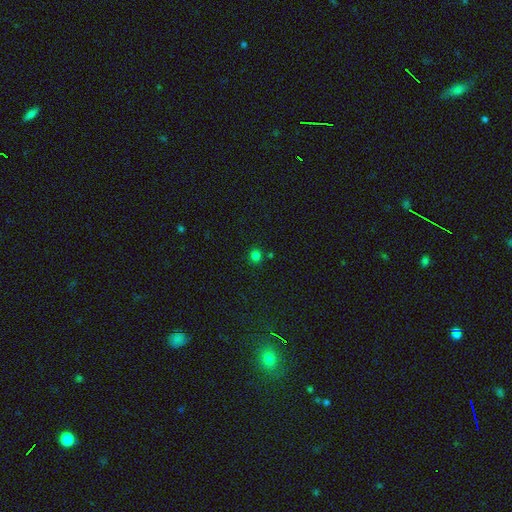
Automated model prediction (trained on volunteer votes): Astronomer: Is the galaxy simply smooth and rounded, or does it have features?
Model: smooth — 77%.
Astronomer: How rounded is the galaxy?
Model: round — 89%.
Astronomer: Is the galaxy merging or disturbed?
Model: none — 83%.